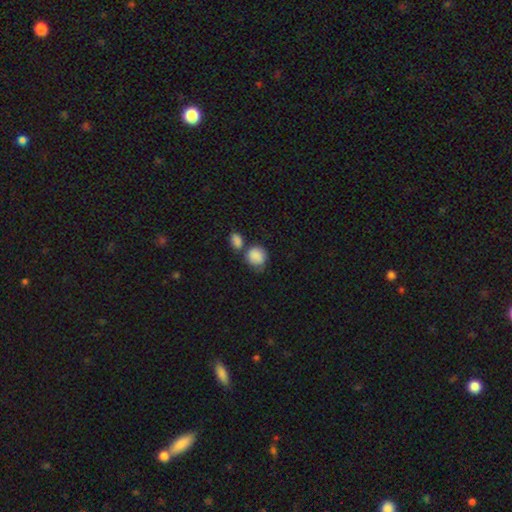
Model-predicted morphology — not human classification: This is clearly a smooth galaxy (86%). How rounded: likely round (71%). Merging: marginally none (45%).